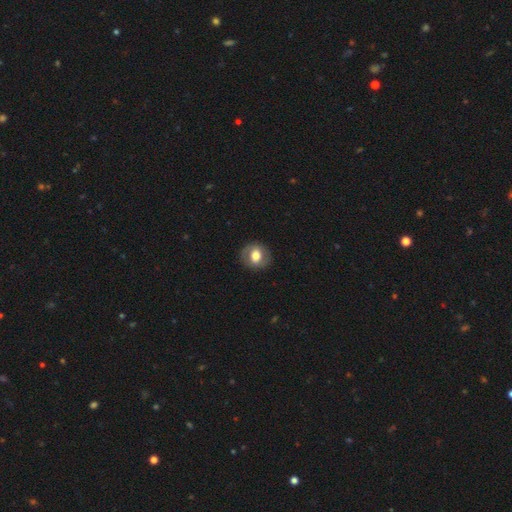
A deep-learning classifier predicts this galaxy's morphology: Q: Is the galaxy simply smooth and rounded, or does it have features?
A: smooth — 60%.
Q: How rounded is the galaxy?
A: round — 70%.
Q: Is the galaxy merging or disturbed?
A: none — 85%.